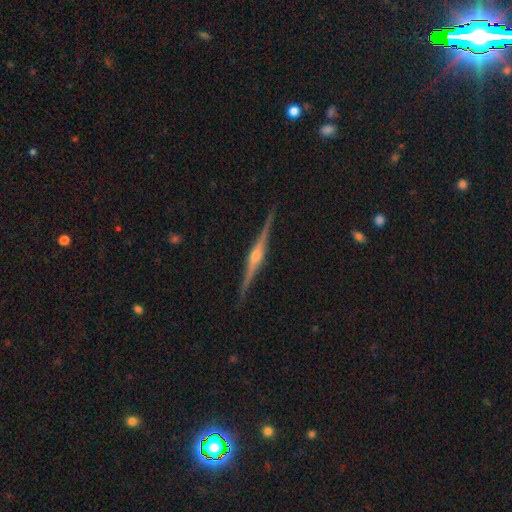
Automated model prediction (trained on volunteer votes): A featured or disk galaxy (89%) viewed edge-on (99%) with a rounded central bulge (90%). Merging: none (91%).